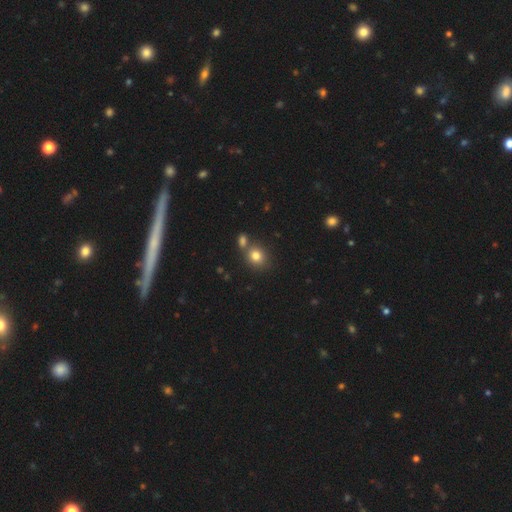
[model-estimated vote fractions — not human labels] This appears to be a smooth galaxy with no disk features (80%) that is round (73%). Merging: none (62%).